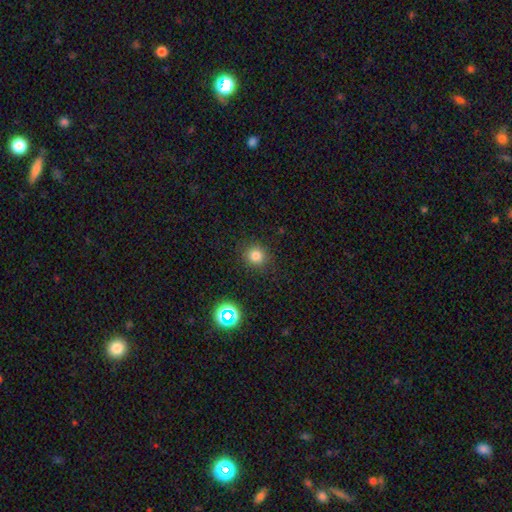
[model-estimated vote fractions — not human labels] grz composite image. It shows a smooth galaxy with no disk features (80%) that is round (89%). Merging: none (89%).